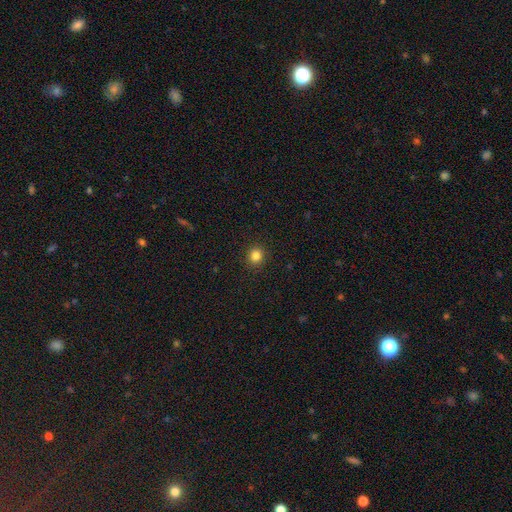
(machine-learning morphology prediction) This appears to be a smooth galaxy with no disk features (83%) that is round (86%). Merging: none (92%).